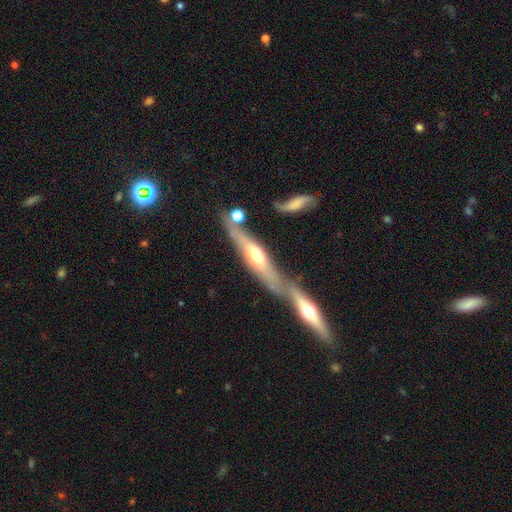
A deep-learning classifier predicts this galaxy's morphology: Smooth or featured?
  - featured or disk: 64% *
  - smooth: 29%
  - star or artifact: 6%
Edge-on disk?
  - yes: 85% *
  - no: 15%
Edge-on bulge?
  - rounded: 88% *
  - boxy: 7%
  - none: 6%
Merging?
  - none: 46% *
  - merger: 38%
  - minor disturbance: 12%
  - major disturbance: 4%